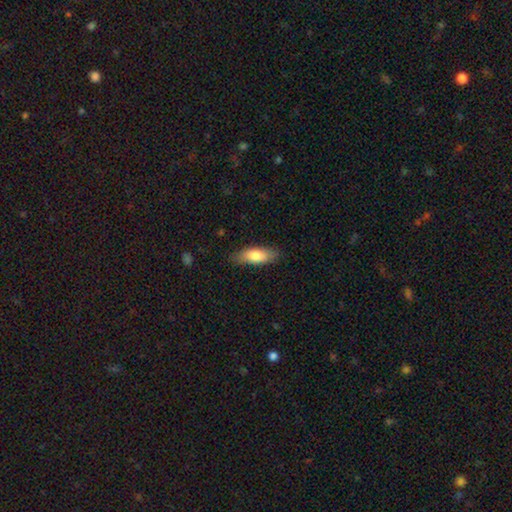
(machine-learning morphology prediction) Smooth or featured: smooth — 79% (featured or disk — 15%)
How rounded: in between — 67% (cigar-shaped — 31%)
Merging: none — 84% (minor disturbance — 13%)